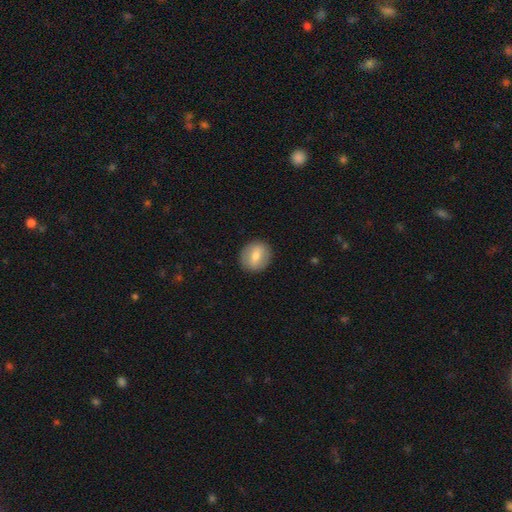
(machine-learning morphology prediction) Overall: smooth (67%). How rounded: round (79%). Merging: none (89%).